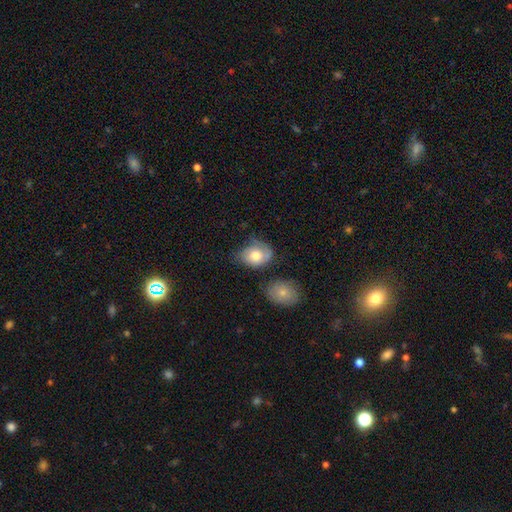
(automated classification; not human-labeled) Smooth or featured?
  - smooth: 57% *
  - featured or disk: 36%
  - star or artifact: 7%
How rounded?
  - in between: 60% *
  - round: 39%
  - cigar-shaped: 1%
Merging?
  - none: 44% *
  - minor disturbance: 33%
  - major disturbance: 17%
  - merger: 6%